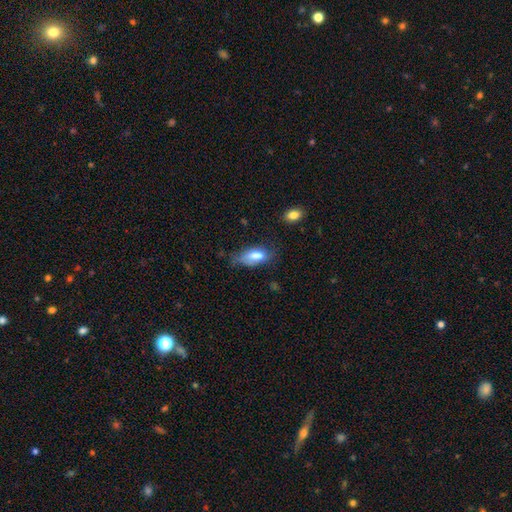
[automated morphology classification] Smooth or featured? smooth (78%)
How rounded? in between (87%)
Merging? none (45%)